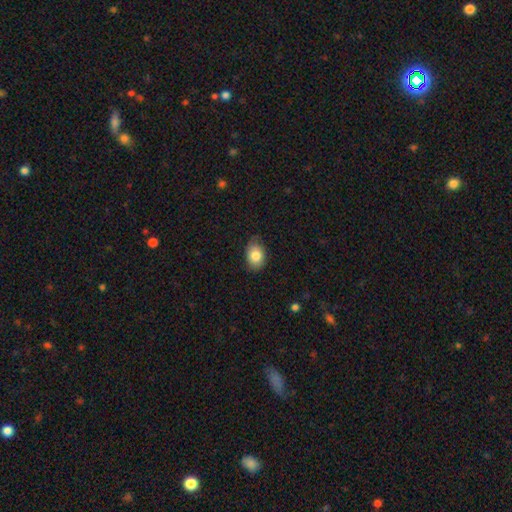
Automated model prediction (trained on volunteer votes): Overall: smooth (82%). How rounded: in between (79%). Merging: none (74%).